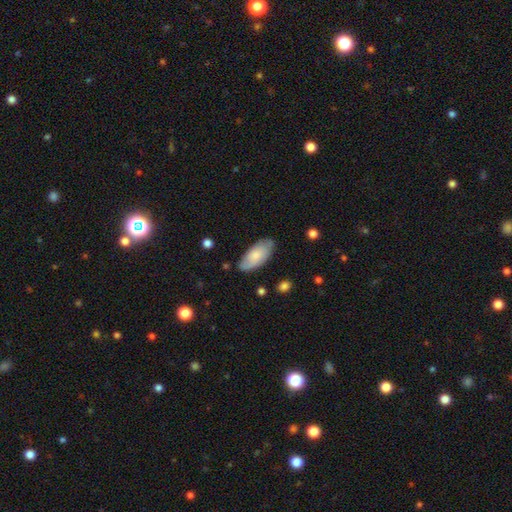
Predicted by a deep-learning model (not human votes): smooth 69%, featured or disk 25%, star or artifact 6%. Down the decision tree: how rounded — in between (91%); merging — none (75%).